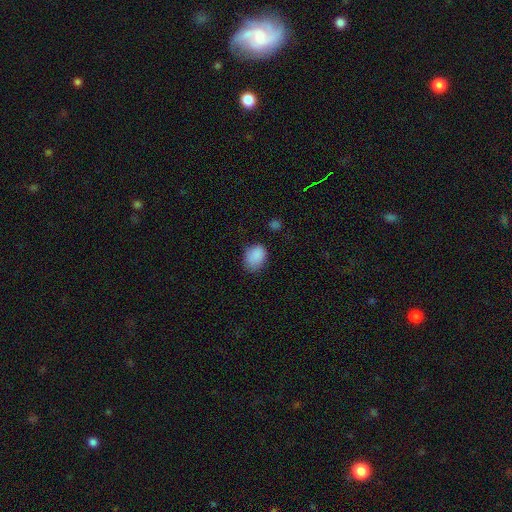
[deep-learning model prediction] A smooth galaxy with no disk features (87%) that is in between round and cigar-shaped (66%). Merging: none (68%).